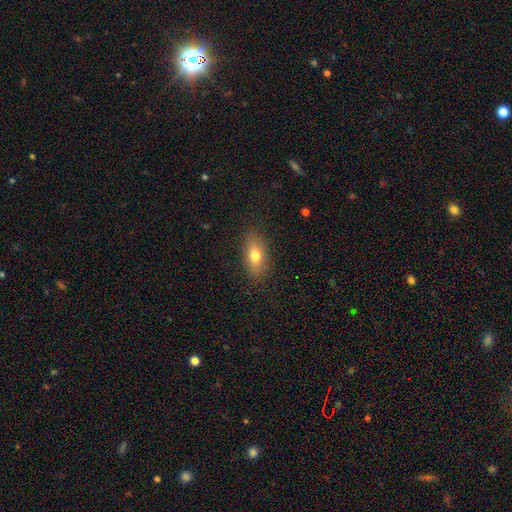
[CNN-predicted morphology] The model was most divided on "smooth or featured": smooth: 74%, featured or disk: 18%, star or artifact: 9%. More confident: merging — none (85%); how rounded — in between (81%).